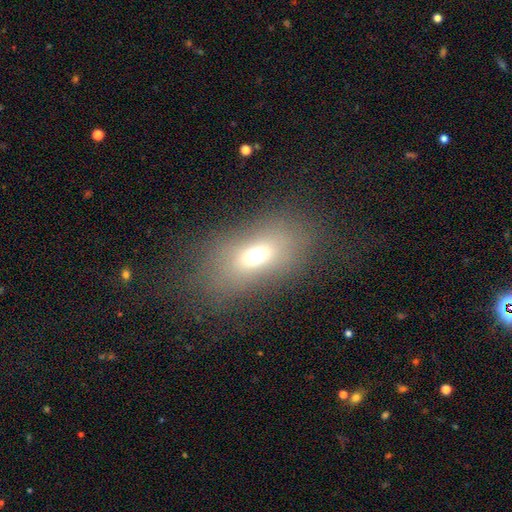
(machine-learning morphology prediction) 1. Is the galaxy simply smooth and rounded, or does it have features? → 65% smooth, 19% featured or disk, 16% star or artifact.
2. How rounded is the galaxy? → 82% in between, 12% round, 6% cigar-shaped.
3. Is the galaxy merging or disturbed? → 72% none, 14% minor disturbance, 12% major disturbance, 2% merger.